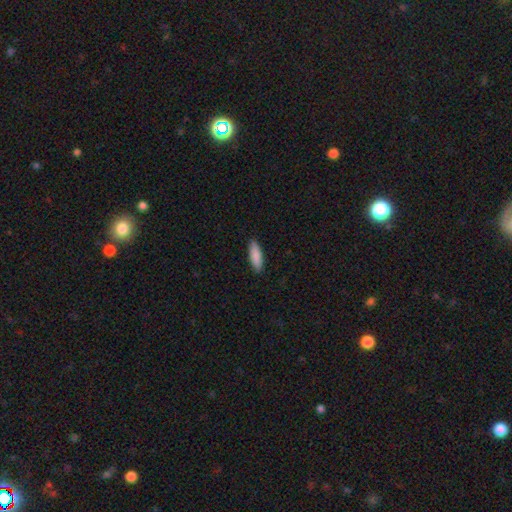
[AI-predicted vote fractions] Smooth or featured? Predicted: smooth (p=0.88). How rounded? Predicted: in between (p=0.50). Merging? Predicted: none (p=0.89).